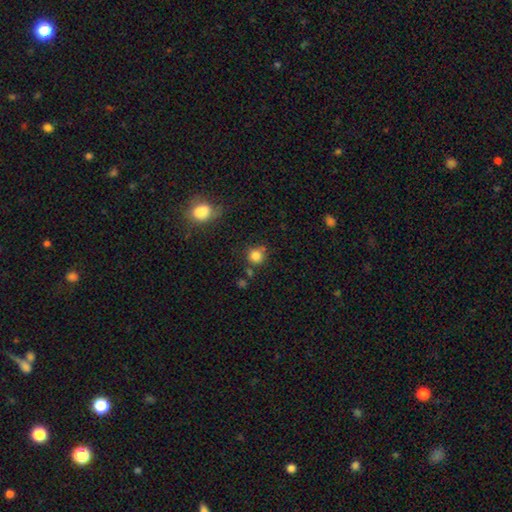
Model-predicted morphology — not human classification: Smooth or featured?
  - smooth: 82% *
  - star or artifact: 12%
  - featured or disk: 5%
How rounded?
  - round: 90% *
  - in between: 9%
  - cigar-shaped: 1%
Merging?
  - none: 73% *
  - minor disturbance: 13%
  - merger: 9%
  - major disturbance: 4%